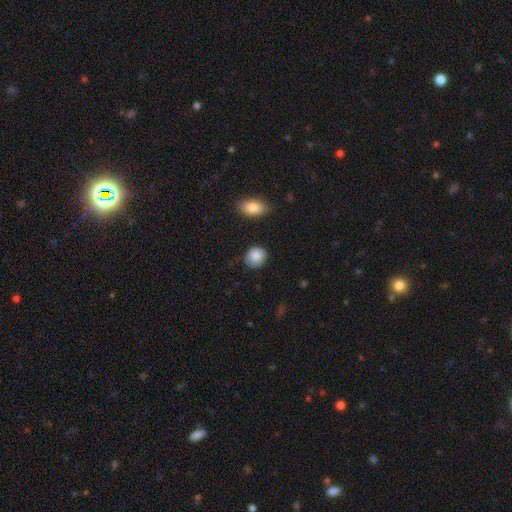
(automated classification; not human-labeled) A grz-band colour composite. It shows a smooth galaxy with no disk features (87%) that is round (73%). Merging: none (78%).